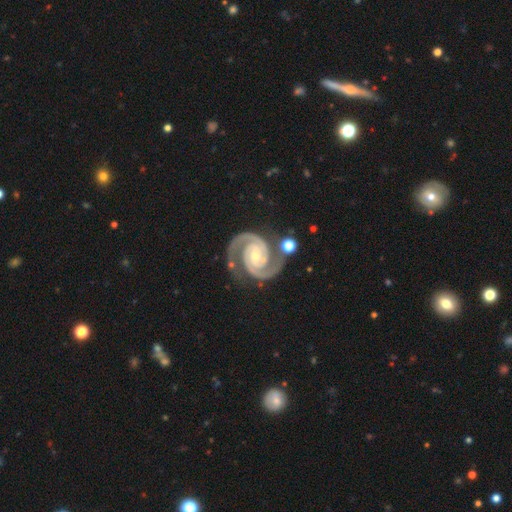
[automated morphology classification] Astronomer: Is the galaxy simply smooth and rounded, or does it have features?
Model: featured or disk — 94%.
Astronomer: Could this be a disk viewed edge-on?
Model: no — 98%.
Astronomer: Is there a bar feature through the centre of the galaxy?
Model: no — 49% (runner-up: weak, 33%).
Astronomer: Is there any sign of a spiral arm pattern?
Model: yes — 99%.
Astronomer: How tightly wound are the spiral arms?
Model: tight — 58% (runner-up: medium, 38%).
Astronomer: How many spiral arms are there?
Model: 2 — 93%.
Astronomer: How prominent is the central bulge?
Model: small — 53% (runner-up: moderate, 42%).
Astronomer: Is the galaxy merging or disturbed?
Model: none — 72%.